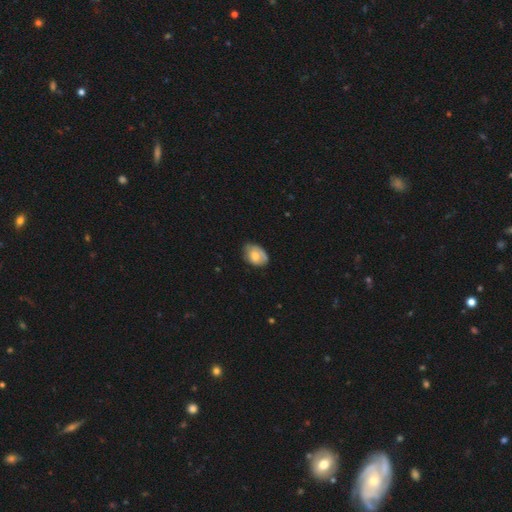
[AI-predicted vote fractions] Overall: smooth (65%; featured or disk 28%). How rounded: in between (79%). Merging: none (55%; minor disturbance 34%).